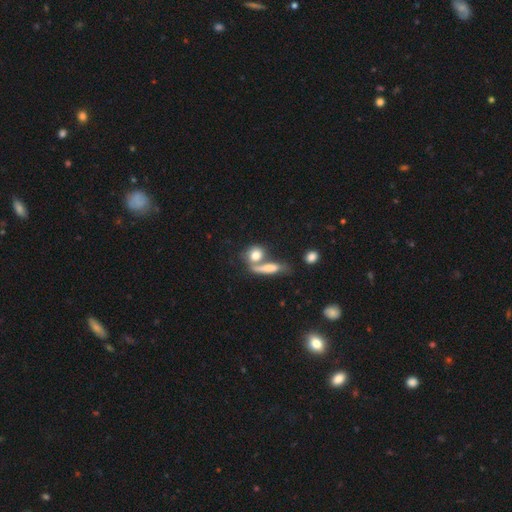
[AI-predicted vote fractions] smooth 75%, featured or disk 16%, star or artifact 9%. Down the decision tree: how rounded — round (51%); merging — merger (44%).